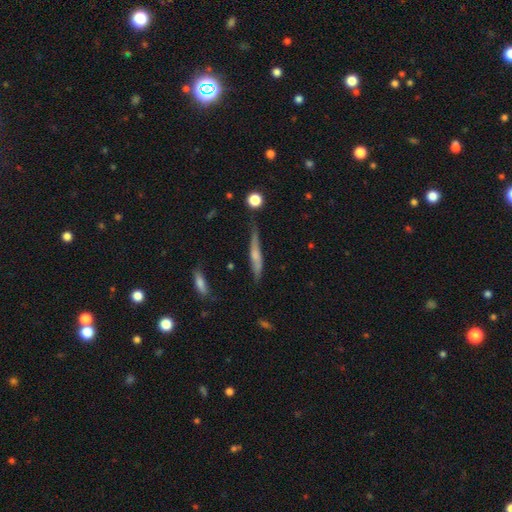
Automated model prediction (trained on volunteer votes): This is possibly a smooth galaxy (47%). Merging: likely none (68%).